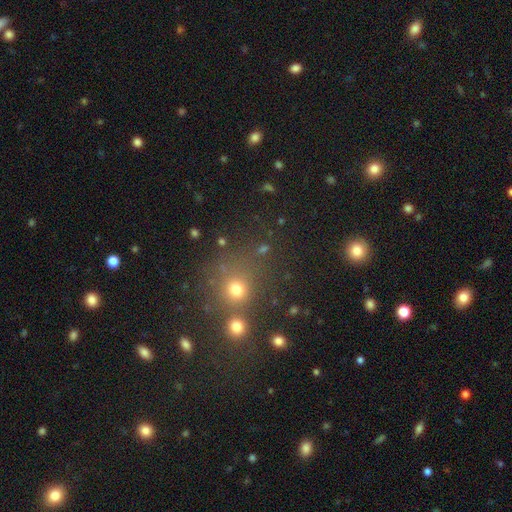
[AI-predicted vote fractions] This appears to be a smooth galaxy with no disk features (52%) that is round (86%). Merging: none (68%).